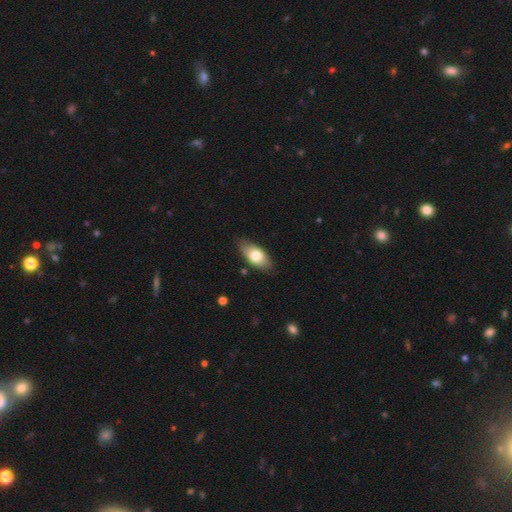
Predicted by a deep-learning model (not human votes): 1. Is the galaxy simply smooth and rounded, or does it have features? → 73% smooth, 21% featured or disk, 6% star or artifact.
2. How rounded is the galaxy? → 89% in between, 7% cigar-shaped, 4% round.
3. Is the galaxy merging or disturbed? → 81% none, 15% minor disturbance, 3% major disturbance, 1% merger.